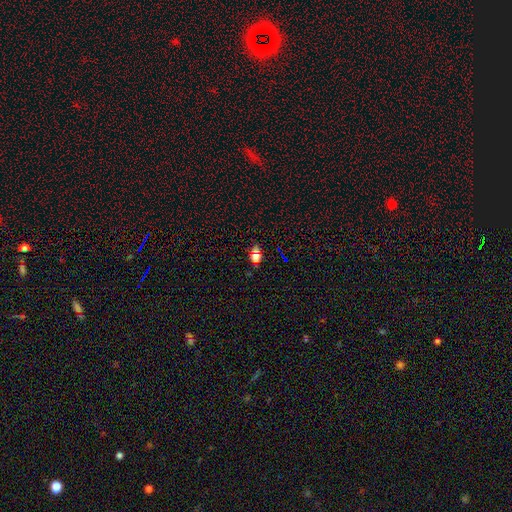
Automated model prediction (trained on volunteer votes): A star or artifact, not a galaxy (50%).